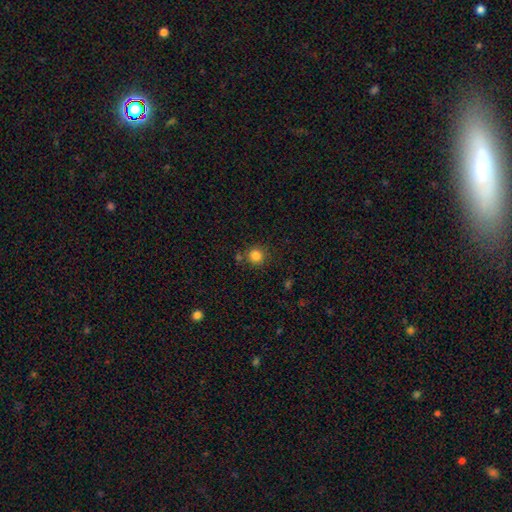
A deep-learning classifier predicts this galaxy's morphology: smooth 84%, star or artifact 12%, featured or disk 5%. Down the decision tree: how rounded — round (94%); merging — none (82%).